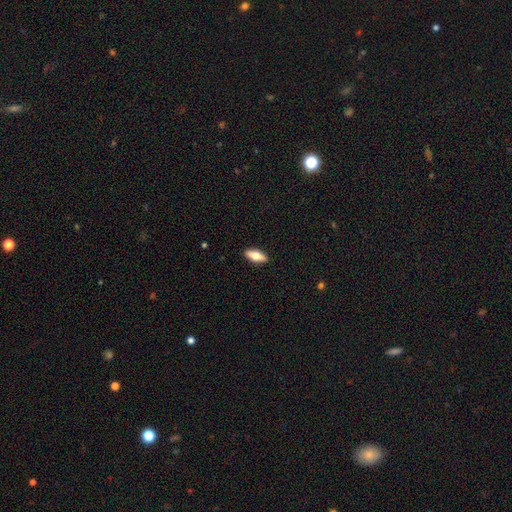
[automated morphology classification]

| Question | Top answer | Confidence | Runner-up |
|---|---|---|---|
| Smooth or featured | smooth | 62% | featured or disk (32%) |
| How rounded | in between | 70% | cigar-shaped (27%) |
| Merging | none | 90% | minor disturbance (7%) |